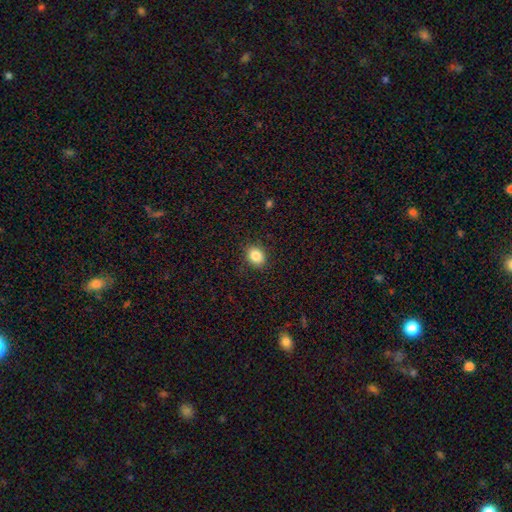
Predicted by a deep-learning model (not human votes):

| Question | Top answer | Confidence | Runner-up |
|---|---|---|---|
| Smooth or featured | smooth | 84% | star or artifact (10%) |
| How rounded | round | 55% | in between (44%) |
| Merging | none | 88% | minor disturbance (9%) |